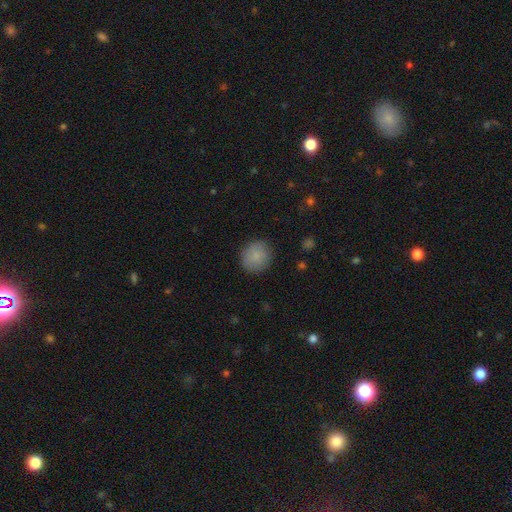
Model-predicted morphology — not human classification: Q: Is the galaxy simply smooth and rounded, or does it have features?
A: smooth — 85%.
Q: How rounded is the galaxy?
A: round — 90%.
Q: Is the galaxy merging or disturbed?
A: none — 86%.